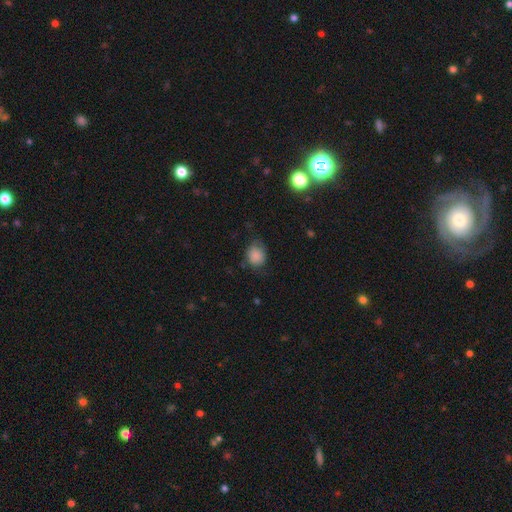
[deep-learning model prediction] This is clearly a smooth galaxy (84%). How rounded: likely round (63%). Merging: likely none (61%).